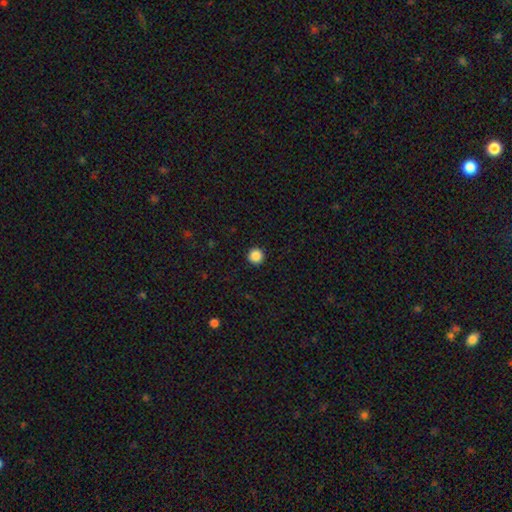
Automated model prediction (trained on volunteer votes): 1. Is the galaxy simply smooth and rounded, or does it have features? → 87% smooth, 10% star or artifact, 3% featured or disk.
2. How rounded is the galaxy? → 96% round, 3% in between, 1% cigar-shaped.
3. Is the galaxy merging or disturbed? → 93% none, 4% minor disturbance, 2% major disturbance, 1% merger.